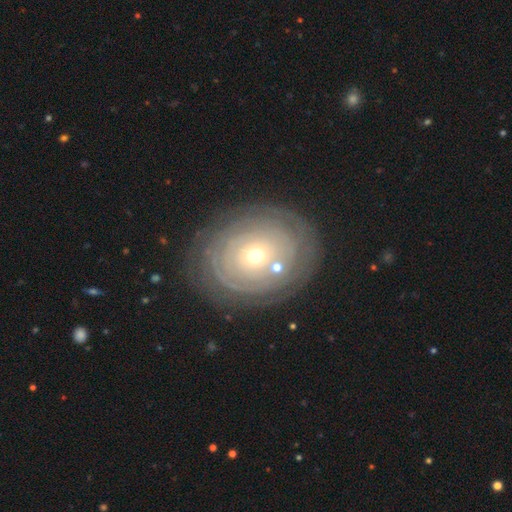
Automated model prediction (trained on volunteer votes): A featured or disk galaxy (71%) with no bar (89%), spiral arms (72%) and a small central bulge (57%). Merging: none (77%).